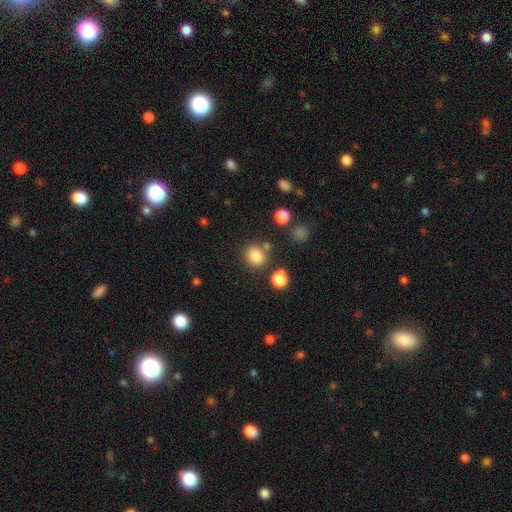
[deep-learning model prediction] This appears to be a smooth galaxy with no disk features (82%) that is round (80%). Merging: none (76%).